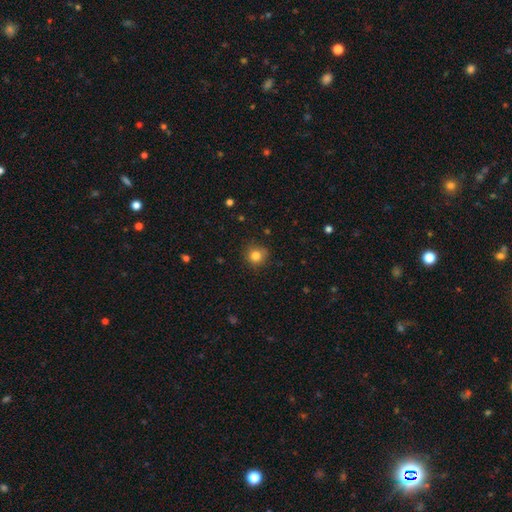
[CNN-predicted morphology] Smooth or featured? Predicted: smooth (p=0.83). How rounded? Predicted: round (p=0.90). Merging? Predicted: none (p=0.82).